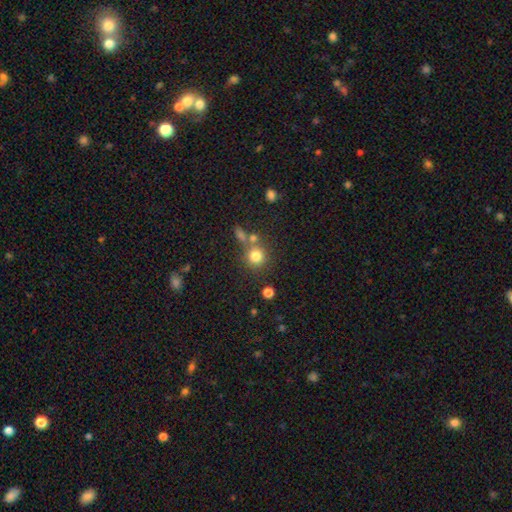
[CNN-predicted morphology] Q: Smooth or featured?
A: smooth (79%); runner-up: star or artifact (13%)
Q: How rounded?
A: round (90%); runner-up: in between (9%)
Q: Merging?
A: none (67%); runner-up: merger (19%)